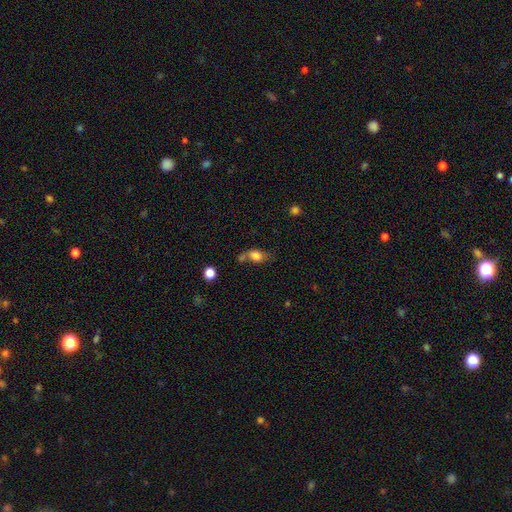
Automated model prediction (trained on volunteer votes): A smooth galaxy with no disk features (78%) that is in between round and cigar-shaped (78%). Merging: none (42%).